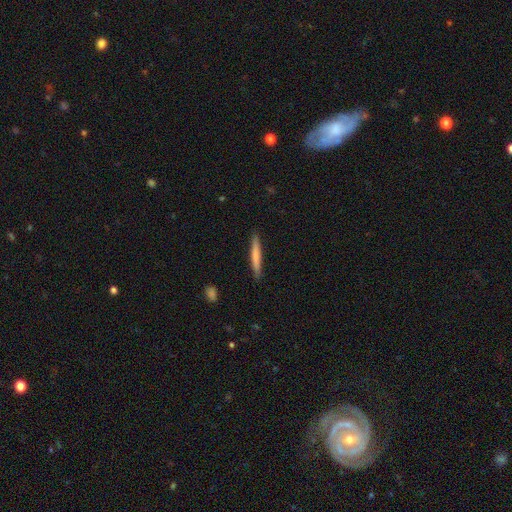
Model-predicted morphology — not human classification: Q: Smooth or featured?
A: smooth (70%); runner-up: featured or disk (25%)
Q: How rounded?
A: cigar-shaped (96%); runner-up: in between (3%)
Q: Merging?
A: none (90%); runner-up: minor disturbance (8%)